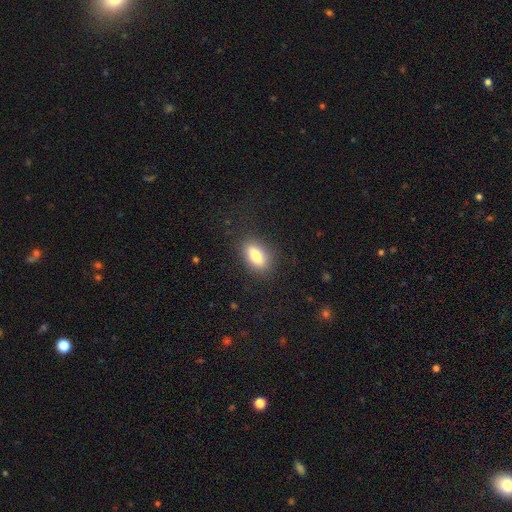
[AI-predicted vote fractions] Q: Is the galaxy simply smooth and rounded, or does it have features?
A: smooth — 80%.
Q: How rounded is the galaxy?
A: in between — 84%.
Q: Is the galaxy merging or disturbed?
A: none — 85%.